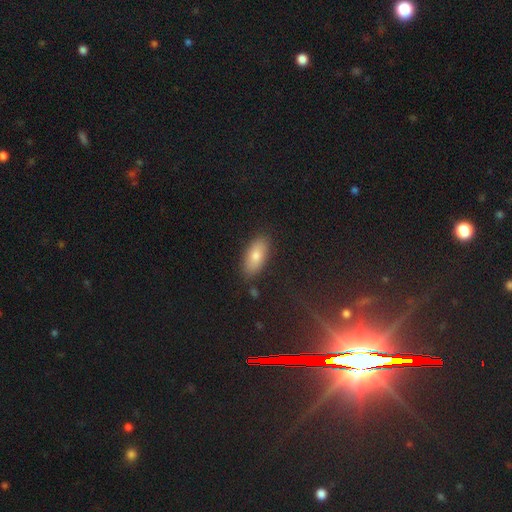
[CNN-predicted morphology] smooth 76%, featured or disk 14%, star or artifact 10%. Down the decision tree: how rounded — in between (85%); merging — none (86%).